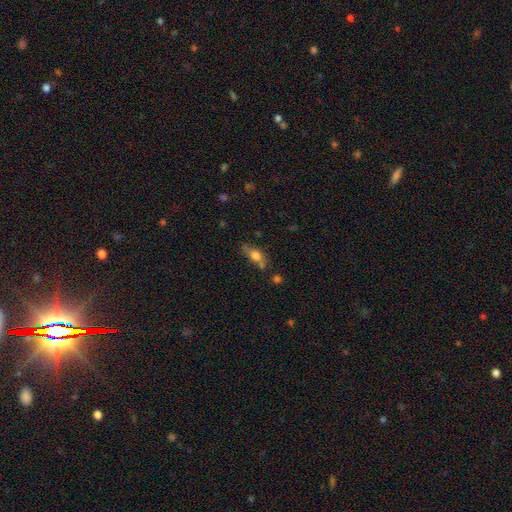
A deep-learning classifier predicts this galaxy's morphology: smooth_or_featured: smooth (p=0.66) [alt: featured or disk p=0.24]
how_rounded: in between (p=0.66) [alt: cigar-shaped p=0.24]
merging: none (p=0.53) [alt: minor disturbance p=0.23]